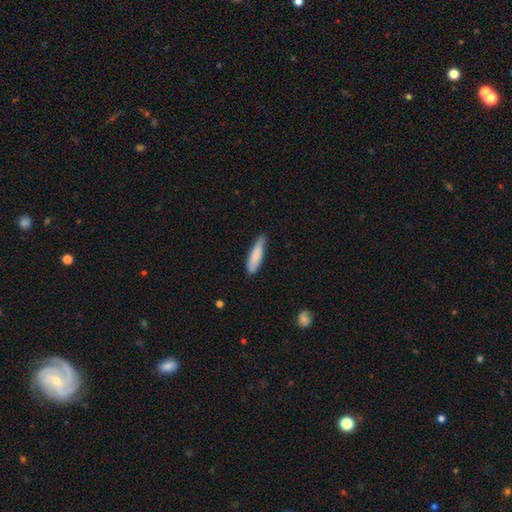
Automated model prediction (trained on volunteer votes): Q: Smooth or featured?
A: smooth (82%); runner-up: featured or disk (12%)
Q: How rounded?
A: cigar-shaped (69%); runner-up: in between (29%)
Q: Merging?
A: none (68%); runner-up: minor disturbance (27%)